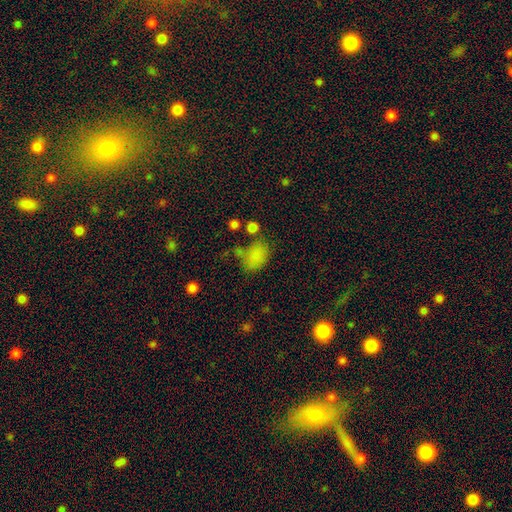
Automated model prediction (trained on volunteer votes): smooth 78%, star or artifact 14%, featured or disk 8%. Down the decision tree: how rounded — in between (76%); merging — none (50%).